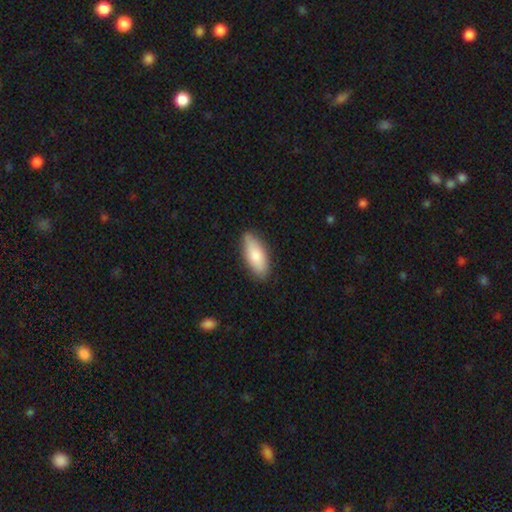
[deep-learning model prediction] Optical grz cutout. It shows a smooth galaxy with no disk features (82%) that is in between round and cigar-shaped (79%). Merging: none (83%).